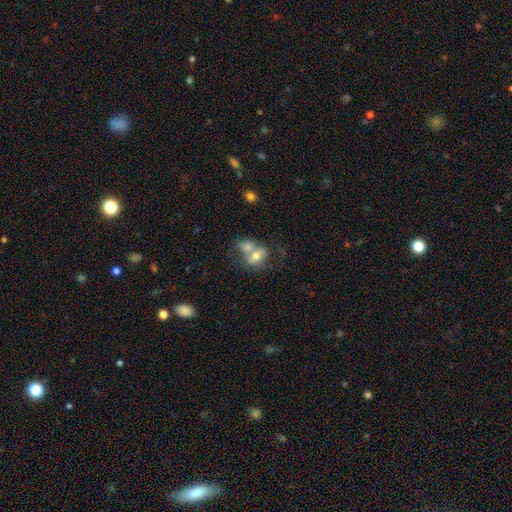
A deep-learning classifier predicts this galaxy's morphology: The model was most divided on "how rounded": in between: 55%, round: 43%, cigar-shaped: 2%. More confident: merging — merger (63%); smooth or featured — smooth (55%).